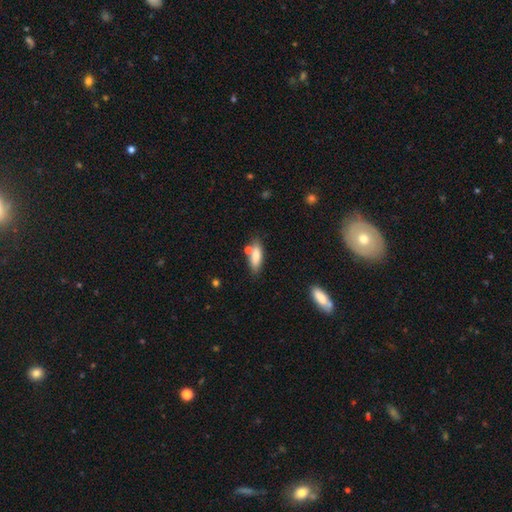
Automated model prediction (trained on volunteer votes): Overall: smooth (79%). How rounded: in between (57%; cigar-shaped 41%). Merging: none (69%).